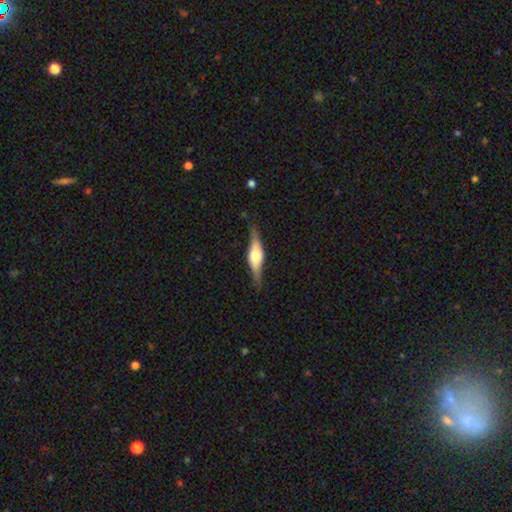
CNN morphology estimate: Q: Smooth or featured?
A: featured or disk (63%); runner-up: smooth (31%)
Q: Edge-on disk?
A: yes (94%); runner-up: no (6%)
Q: Edge-on bulge?
A: rounded (89%); runner-up: boxy (9%)
Q: Merging?
A: none (82%); runner-up: minor disturbance (14%)